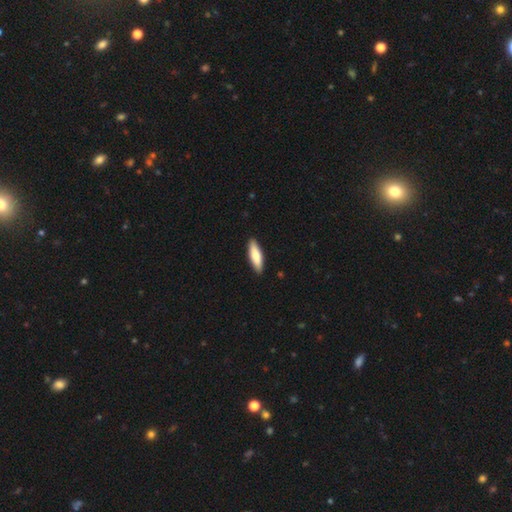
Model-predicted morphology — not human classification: Smooth or featured?
  - smooth: 76% *
  - featured or disk: 19%
  - star or artifact: 5%
How rounded?
  - cigar-shaped: 59% *
  - in between: 39%
  - round: 2%
Merging?
  - none: 90% *
  - minor disturbance: 8%
  - major disturbance: 1%
  - merger: 1%